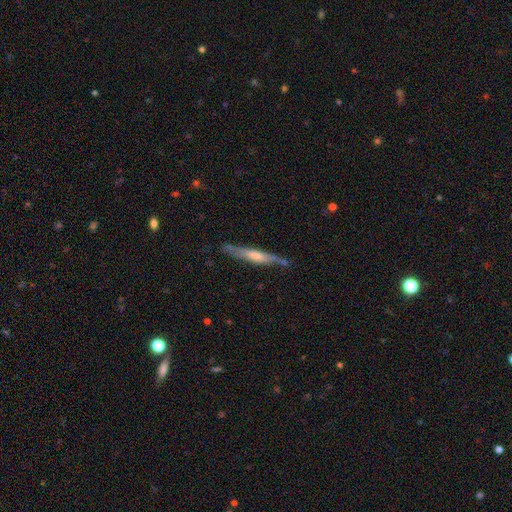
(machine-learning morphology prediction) Q: Smooth or featured?
A: featured or disk (52%); runner-up: smooth (43%)
Q: Edge-on disk?
A: yes (88%); runner-up: no (12%)
Q: Merging?
A: none (71%); runner-up: minor disturbance (20%)